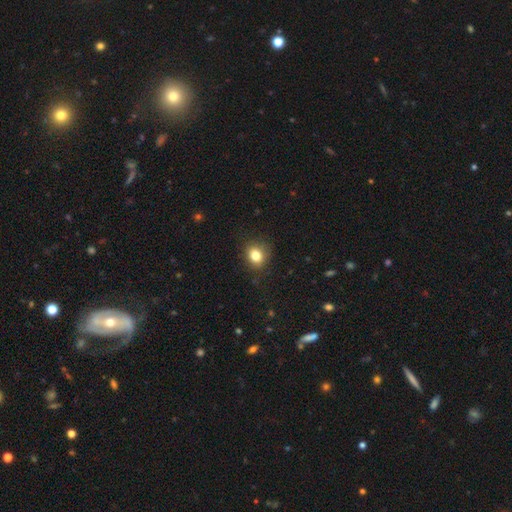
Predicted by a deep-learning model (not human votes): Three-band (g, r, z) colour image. It shows a smooth galaxy with no disk features (82%) that is round (63%). Merging: none (82%).